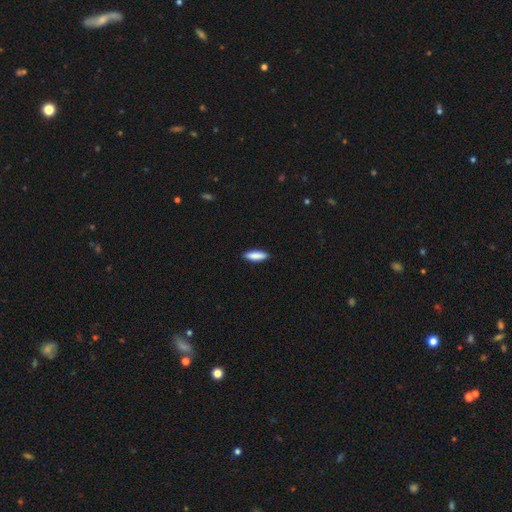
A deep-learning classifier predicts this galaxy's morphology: type=smooth (87%); roundness=cigar-shaped (55%); merging=none (90%).